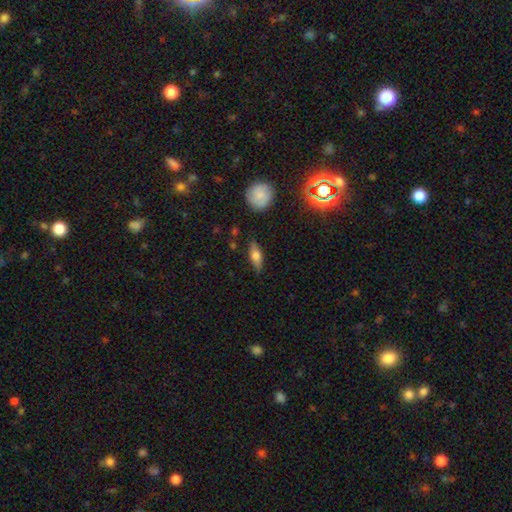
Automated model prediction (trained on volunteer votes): smooth-or-featured: smooth: 53% | featured or disk: 39% | star or artifact: 8%
  how-rounded: in between: 55% | cigar-shaped: 40% | round: 5%
  merging: none: 81% | minor disturbance: 14% | major disturbance: 3% | merger: 2%